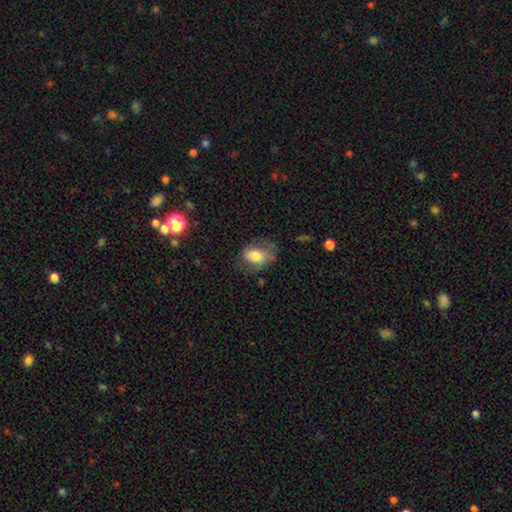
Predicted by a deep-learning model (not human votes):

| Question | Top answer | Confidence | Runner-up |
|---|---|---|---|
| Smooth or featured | smooth | 61% | featured or disk (31%) |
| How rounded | in between | 75% | round (24%) |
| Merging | none | 52% | minor disturbance (26%) |